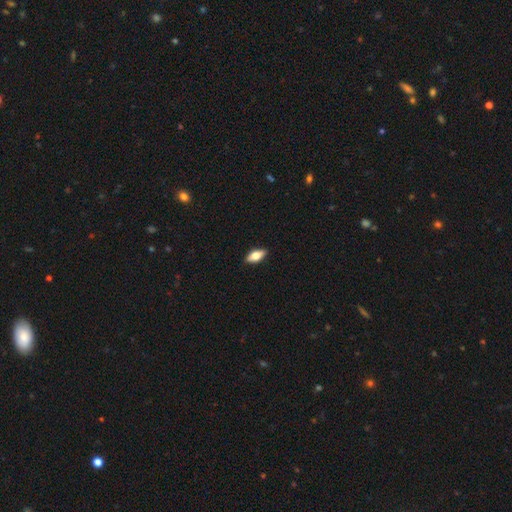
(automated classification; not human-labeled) Smooth or featured: smooth — 68% (featured or disk — 25%)
How rounded: in between — 84% (cigar-shaped — 13%)
Merging: none — 90% (minor disturbance — 8%)